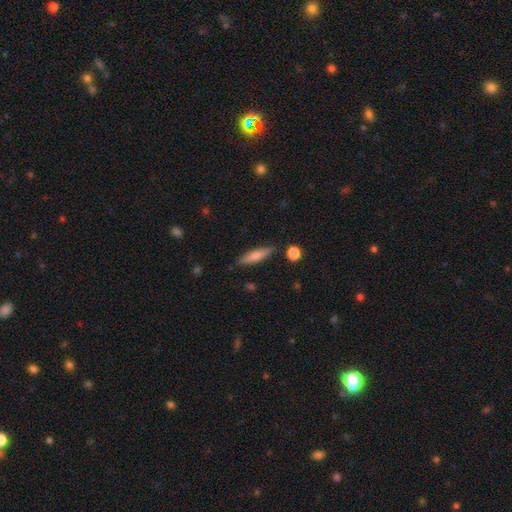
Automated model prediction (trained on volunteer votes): Smooth or featured: smooth — 70% (featured or disk — 23%)
How rounded: cigar-shaped — 76% (in between — 22%)
Merging: none — 85% (minor disturbance — 11%)